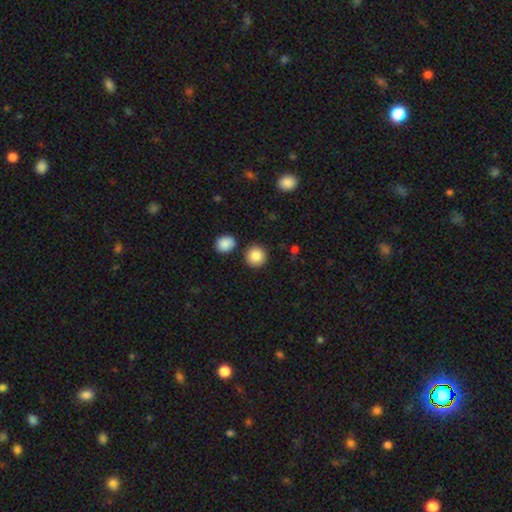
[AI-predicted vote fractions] Smooth or featured? Predicted: smooth (p=0.87). How rounded? Predicted: round (p=0.92). Merging? Predicted: none (p=0.86).